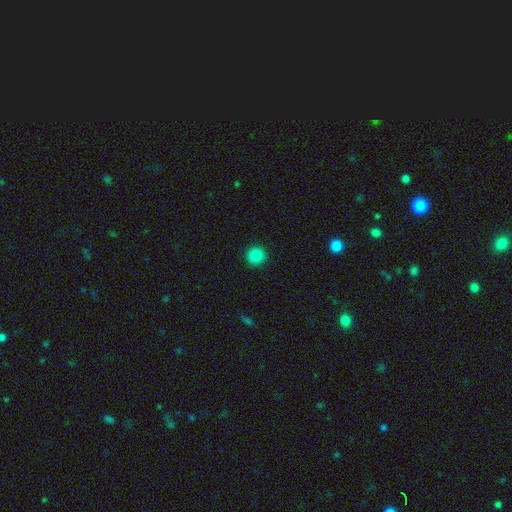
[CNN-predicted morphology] type=smooth (86%); roundness=round (94%); merging=none (92%).